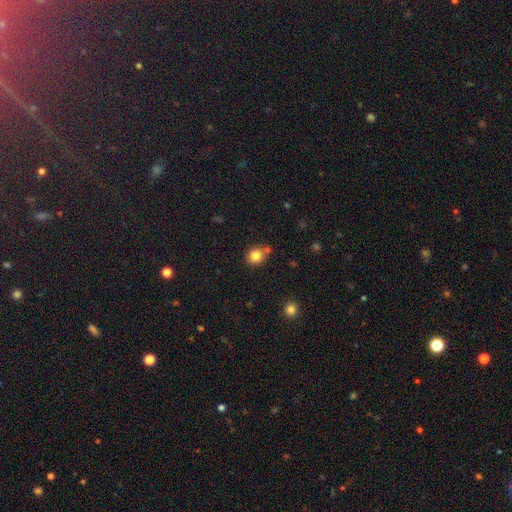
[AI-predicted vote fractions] smooth_or_featured: smooth (p=0.81) [alt: star or artifact p=0.11]
how_rounded: round (p=0.83) [alt: in between p=0.16]
merging: none (p=0.70) [alt: merger p=0.14]